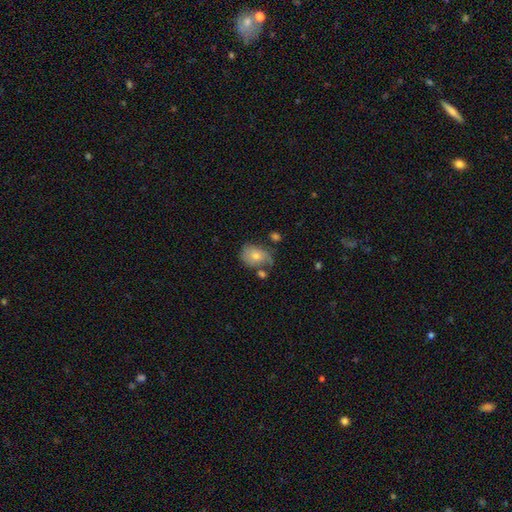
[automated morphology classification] type=smooth (51%); roundness=in between (62%); merging=none (44%).